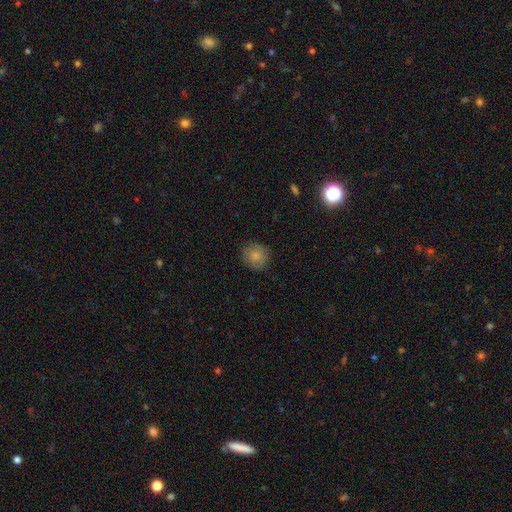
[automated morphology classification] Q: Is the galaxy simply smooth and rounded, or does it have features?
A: smooth — 81%.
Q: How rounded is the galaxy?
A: round — 89%.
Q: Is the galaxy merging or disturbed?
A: none — 85%.